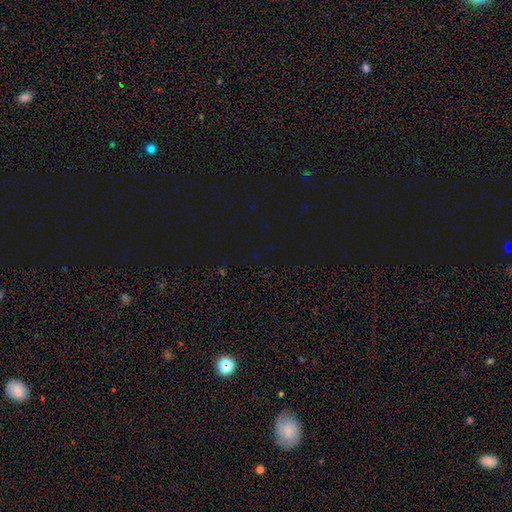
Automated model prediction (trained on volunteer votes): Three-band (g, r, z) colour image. It shows a star or artifact, not a galaxy (77%).